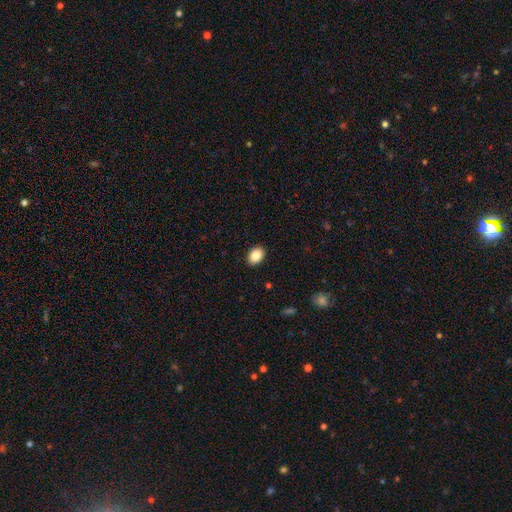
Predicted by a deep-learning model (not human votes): smooth-or-featured: smooth: 87% | star or artifact: 8% | featured or disk: 5%
  how-rounded: in between: 78% | round: 21% | cigar-shaped: 1%
  merging: none: 90% | minor disturbance: 7% | major disturbance: 2% | merger: 1%